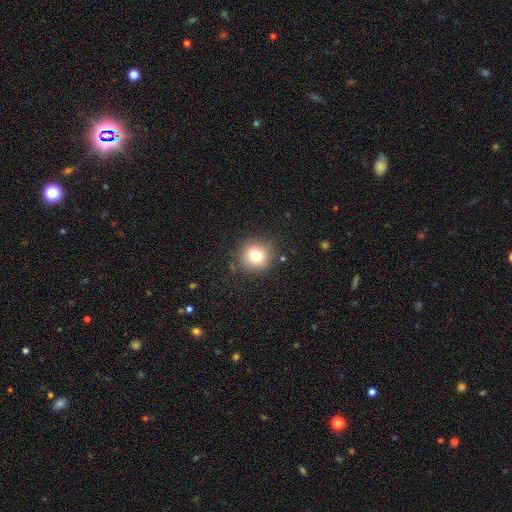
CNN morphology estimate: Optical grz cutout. It shows a smooth galaxy with no disk features (77%) that is round (92%). Merging: none (86%).